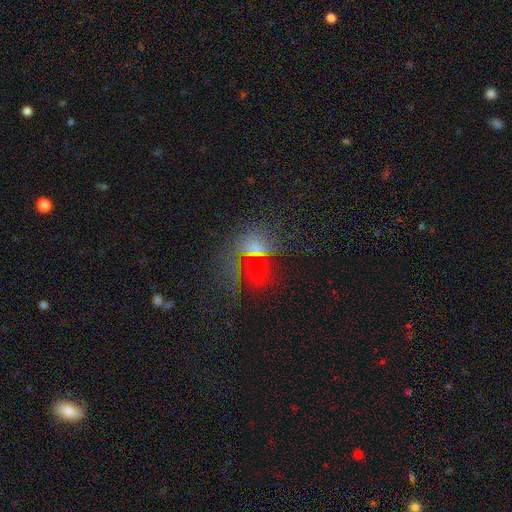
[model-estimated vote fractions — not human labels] featured or disk 37%, smooth 34%, star or artifact 29%. Down the decision tree: merging — none (33%).